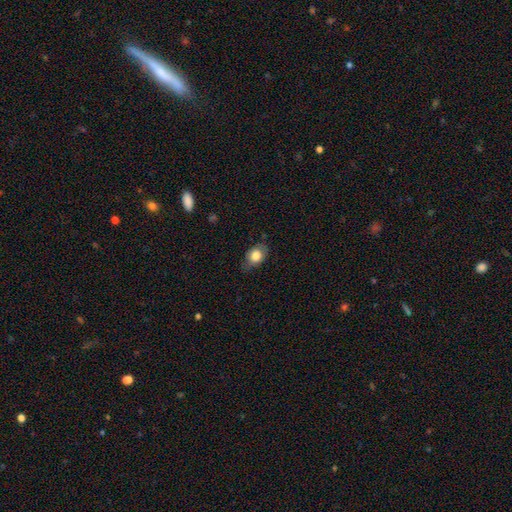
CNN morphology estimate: Smooth or featured? smooth (79%)
How rounded? in between (73%)
Merging? none (71%)